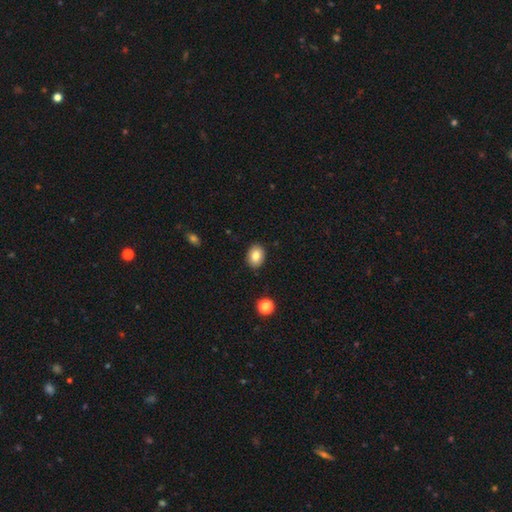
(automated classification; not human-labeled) Morphology: type=smooth (83%); roundness=in between (66%); merging=none (89%).